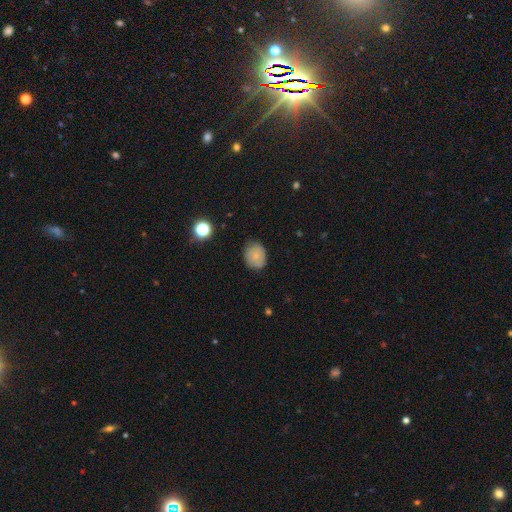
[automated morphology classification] Smooth or featured? smooth (74%)
How rounded? round (56%)
Merging? none (74%)